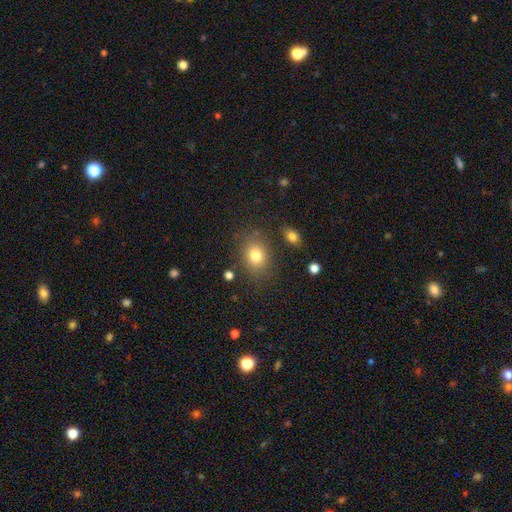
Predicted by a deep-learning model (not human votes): The model was most divided on "how rounded": in between: 53%, round: 46%, cigar-shaped: 1%. More confident: merging — none (79%); smooth or featured — smooth (79%).